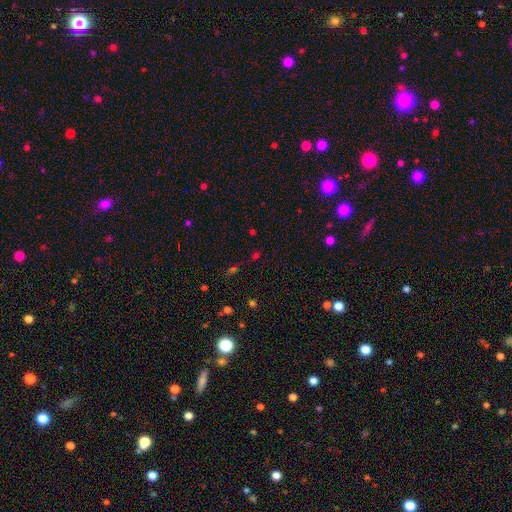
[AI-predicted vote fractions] Smooth or featured: star or artifact — 54% (smooth — 37%)